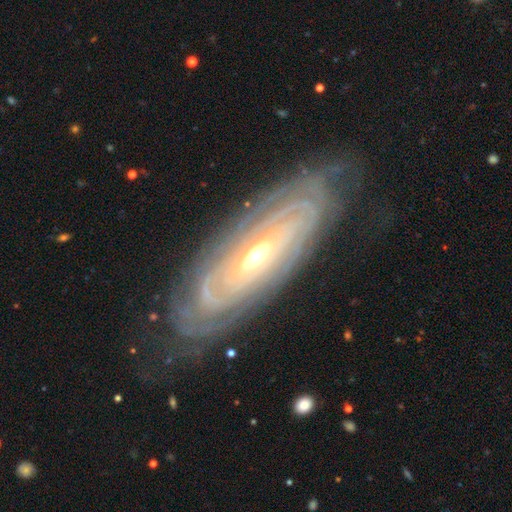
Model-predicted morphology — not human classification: Overall: featured or disk (87%). Edge-on disk: no (85%). Bar: no (54%; weak 29%). Spiral arms: yes (90%). Spiral arm count: can't tell (57%). Spiral winding: tight (85%). Bulge size: small (53%; moderate 43%). Merging: none (80%).